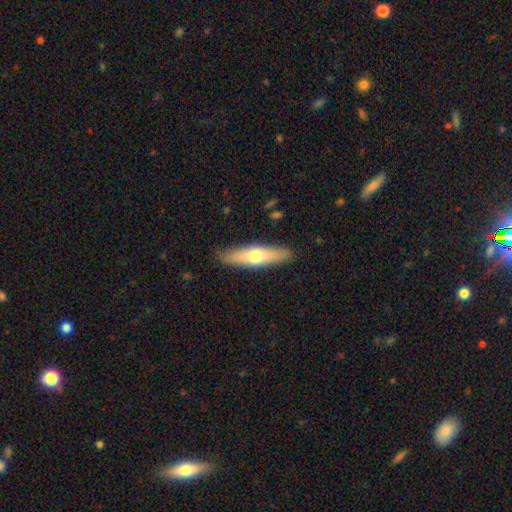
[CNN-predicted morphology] type=smooth (55%); roundness=cigar-shaped (75%); merging=none (88%).